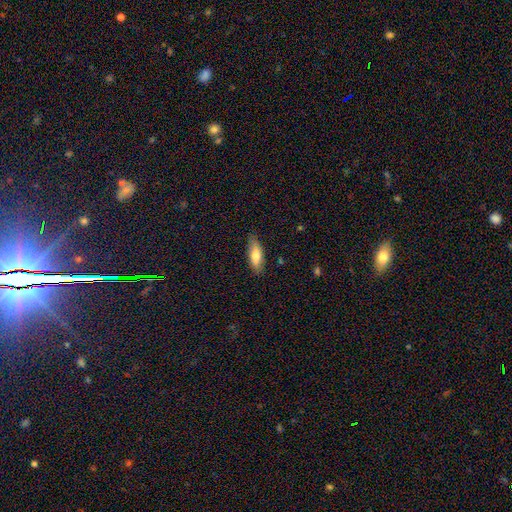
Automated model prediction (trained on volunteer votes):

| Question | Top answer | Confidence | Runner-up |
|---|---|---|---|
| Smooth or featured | smooth | 76% | featured or disk (18%) |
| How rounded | in between | 64% | cigar-shaped (34%) |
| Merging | none | 83% | minor disturbance (13%) |